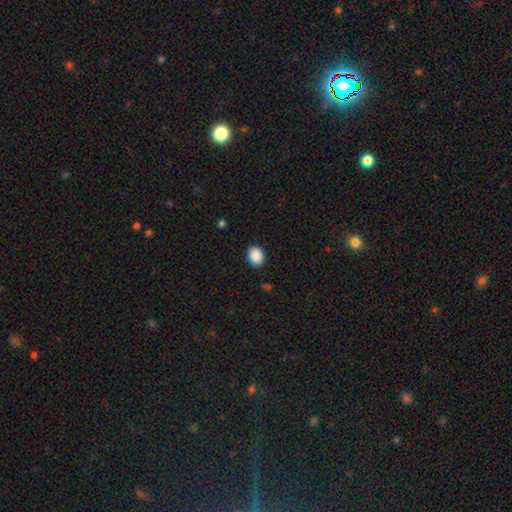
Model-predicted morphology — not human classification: A smooth galaxy with no disk features (90%) that is in between round and cigar-shaped (66%).

Vote fractions:
- Smooth or featured? smooth: 90% / star or artifact: 8% / featured or disk: 2%
- How rounded? in between: 66% / round: 33% / cigar-shaped: 1%
- Merging? none: 90% / minor disturbance: 7% / major disturbance: 2% / merger: 1%